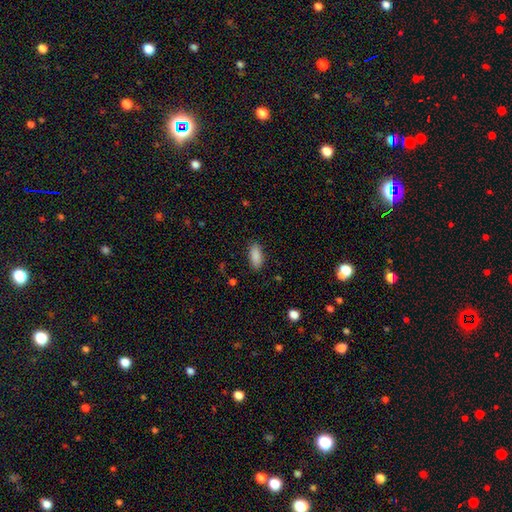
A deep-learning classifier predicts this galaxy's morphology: Smooth or featured? smooth (89%)
How rounded? in between (86%)
Merging? none (86%)